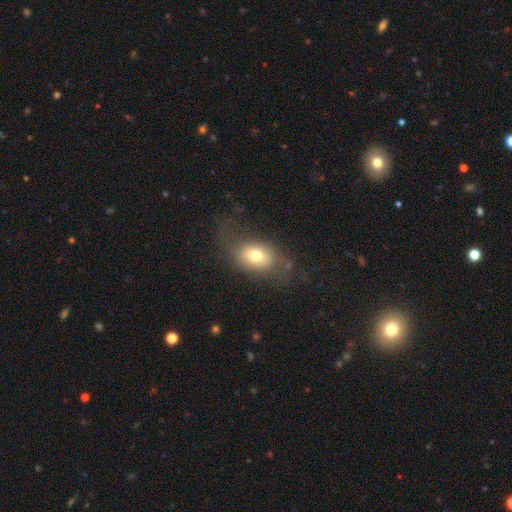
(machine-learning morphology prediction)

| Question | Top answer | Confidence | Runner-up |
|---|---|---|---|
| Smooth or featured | smooth | 71% | featured or disk (18%) |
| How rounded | in between | 73% | round (26%) |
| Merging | none | 57% | minor disturbance (21%) |